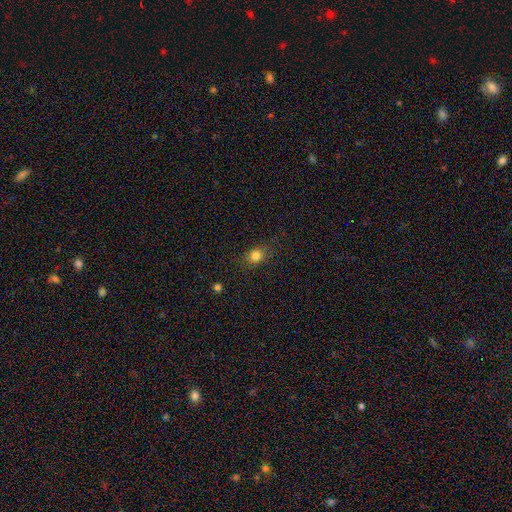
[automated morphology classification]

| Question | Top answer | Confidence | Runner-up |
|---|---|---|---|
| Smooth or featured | smooth | 80% | star or artifact (13%) |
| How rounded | round | 64% | in between (34%) |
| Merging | none | 82% | minor disturbance (13%) |